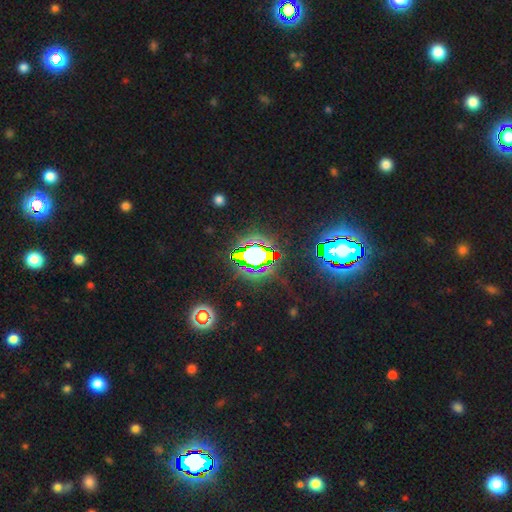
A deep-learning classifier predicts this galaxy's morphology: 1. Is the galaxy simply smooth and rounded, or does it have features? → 71% star or artifact, 17% smooth, 12% featured or disk.